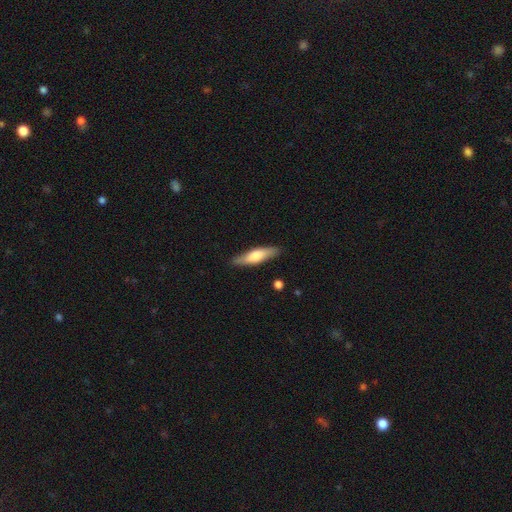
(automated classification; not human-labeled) Morphology: type=smooth (62%); roundness=cigar-shaped (68%); merging=none (84%).